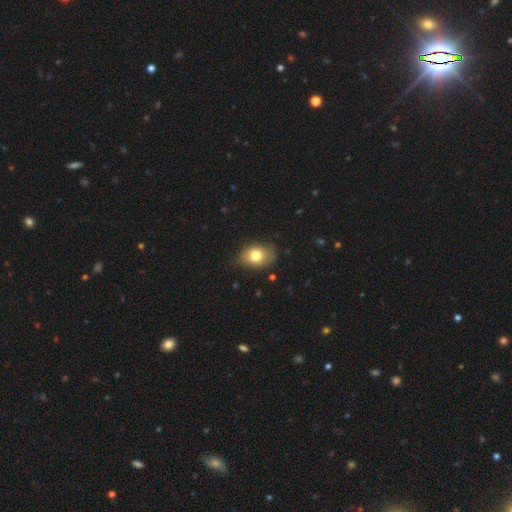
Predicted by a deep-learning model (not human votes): smooth 77%, featured or disk 14%, star or artifact 9%. Down the decision tree: how rounded — in between (69%); merging — none (73%).